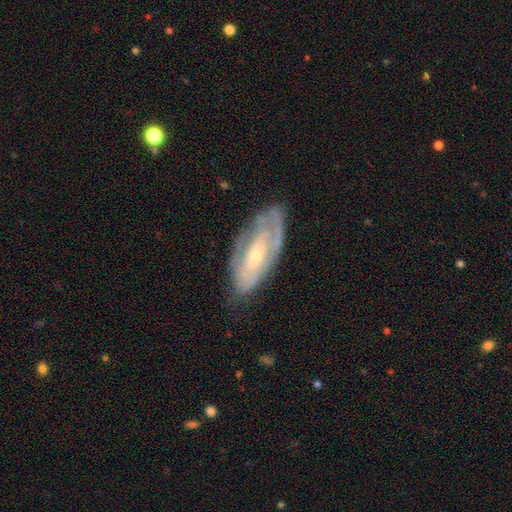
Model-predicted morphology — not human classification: This appears to be a featured or disk galaxy (71%) with no bar (57%), spiral arms (73%) and a small central bulge (52%). Merging: none (66%).